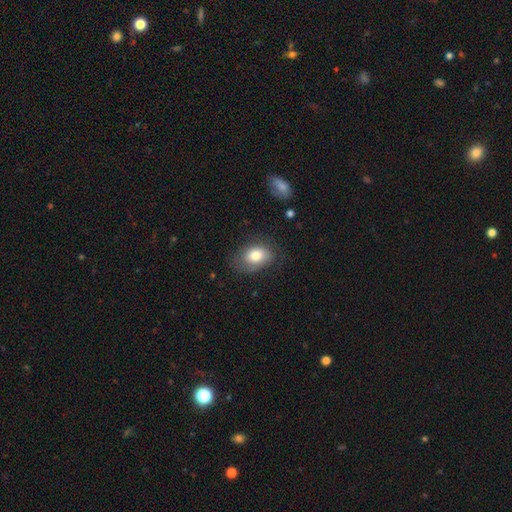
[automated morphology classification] smooth_or_featured: smooth (p=0.75) [alt: featured or disk p=0.17]
how_rounded: in between (p=0.80) [alt: round p=0.19]
merging: none (p=0.67) [alt: minor disturbance p=0.23]